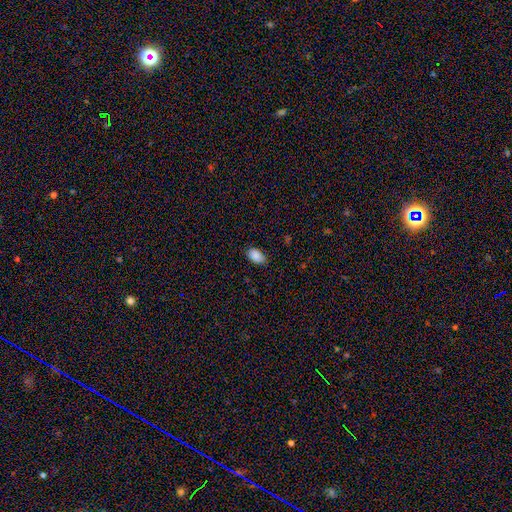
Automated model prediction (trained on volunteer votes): Smooth or featured? smooth (88%)
How rounded? in between (92%)
Merging? none (78%)